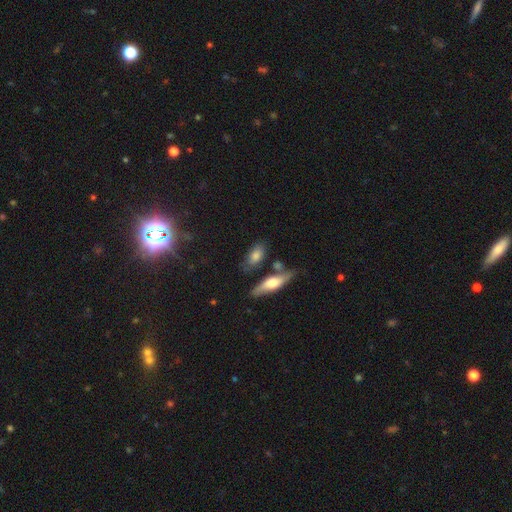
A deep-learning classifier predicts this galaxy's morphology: smooth-or-featured: smooth: 75% | featured or disk: 17% | star or artifact: 7%
  how-rounded: in between: 82% | cigar-shaped: 12% | round: 6%
  merging: none: 66% | minor disturbance: 17% | merger: 12% | major disturbance: 5%